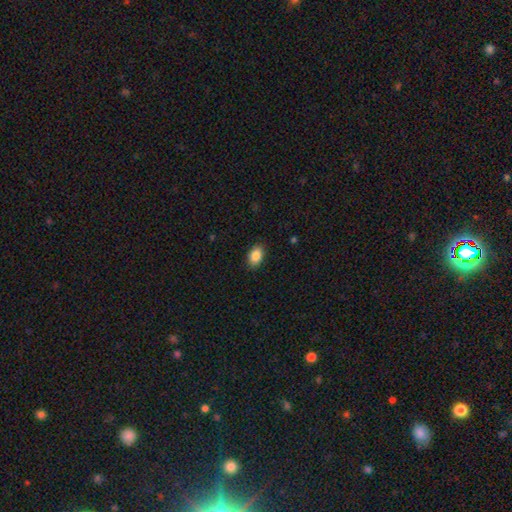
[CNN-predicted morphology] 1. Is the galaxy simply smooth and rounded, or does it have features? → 88% smooth, 8% star or artifact, 4% featured or disk.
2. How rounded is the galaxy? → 86% in between, 12% round, 1% cigar-shaped.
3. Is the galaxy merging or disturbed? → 88% none, 9% minor disturbance, 2% major disturbance, 1% merger.